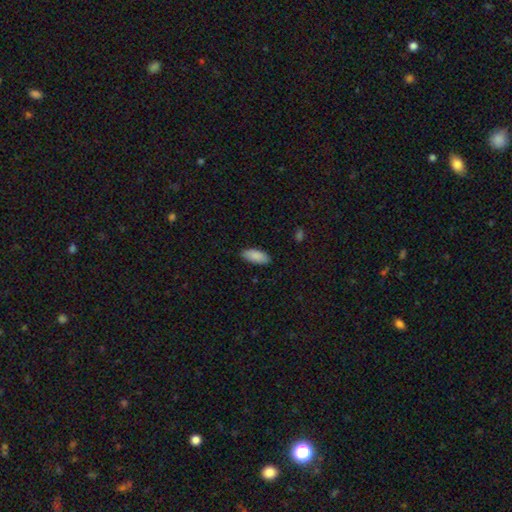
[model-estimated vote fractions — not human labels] Smooth or featured? smooth (89%)
How rounded? in between (85%)
Merging? none (86%)